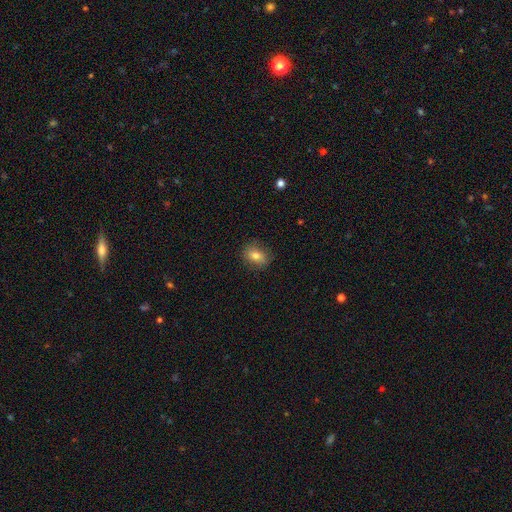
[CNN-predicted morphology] type=smooth (76%); roundness=in between (60%); merging=none (84%).